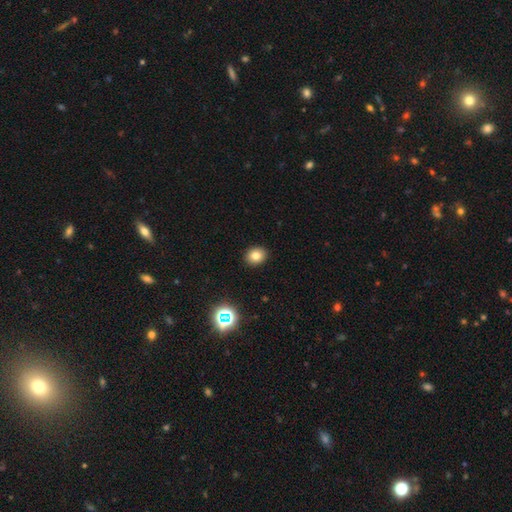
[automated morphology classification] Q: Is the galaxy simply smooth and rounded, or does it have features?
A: smooth — 79%.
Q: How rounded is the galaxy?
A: round — 59%.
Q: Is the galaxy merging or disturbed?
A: none — 91%.